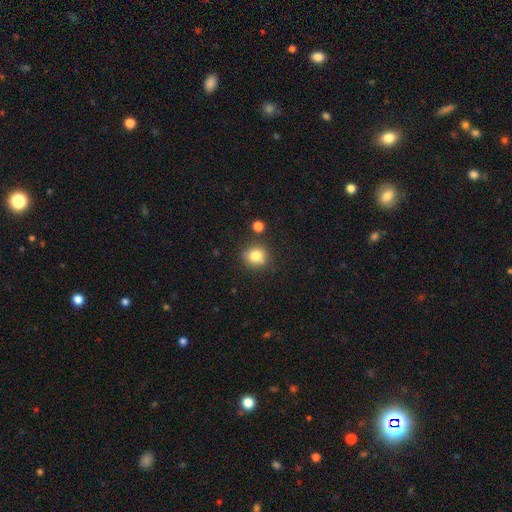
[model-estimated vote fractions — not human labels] smooth 81%, star or artifact 11%, featured or disk 7%. Down the decision tree: how rounded — round (82%); merging — none (78%).